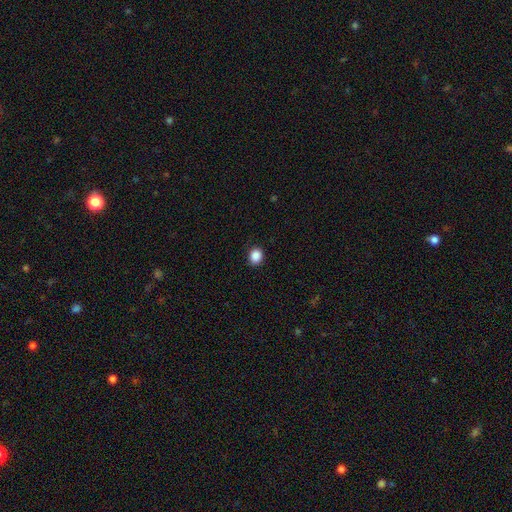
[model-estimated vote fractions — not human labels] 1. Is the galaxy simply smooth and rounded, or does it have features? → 88% smooth, 9% star or artifact, 3% featured or disk.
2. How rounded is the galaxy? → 67% round, 32% in between, 1% cigar-shaped.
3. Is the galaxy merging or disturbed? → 89% none, 8% minor disturbance, 2% major disturbance, 1% merger.